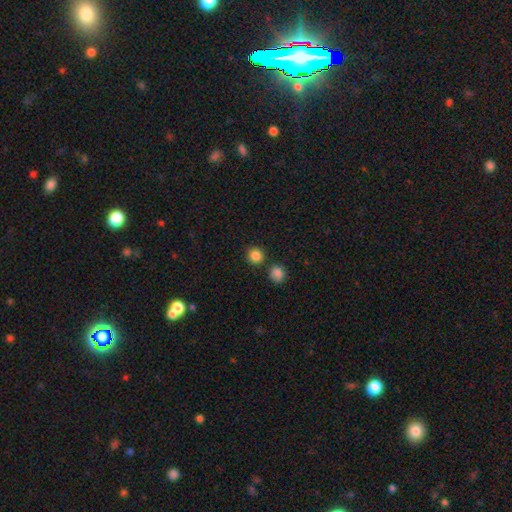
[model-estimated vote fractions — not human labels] A smooth galaxy with no disk features (85%) that is round (93%). Merging: none (82%).